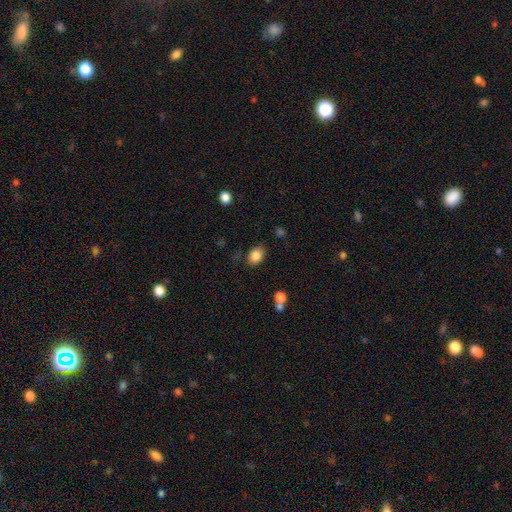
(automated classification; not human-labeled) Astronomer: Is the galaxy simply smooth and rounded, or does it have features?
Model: smooth — 85%.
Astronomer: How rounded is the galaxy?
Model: in between — 75%.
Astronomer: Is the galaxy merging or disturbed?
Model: none — 76%.